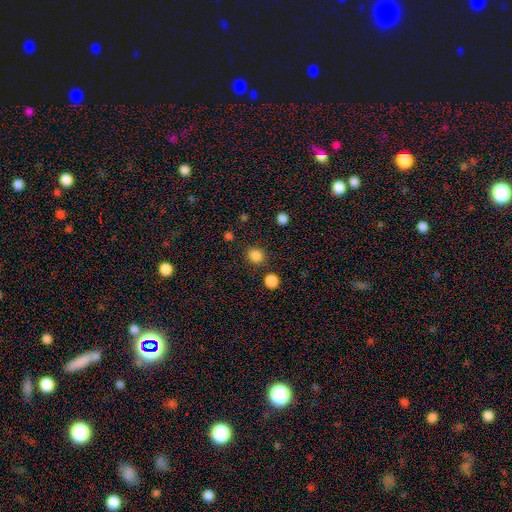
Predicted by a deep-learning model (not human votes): smooth 84%, star or artifact 13%, featured or disk 3%. Down the decision tree: how rounded — round (89%); merging — none (85%).